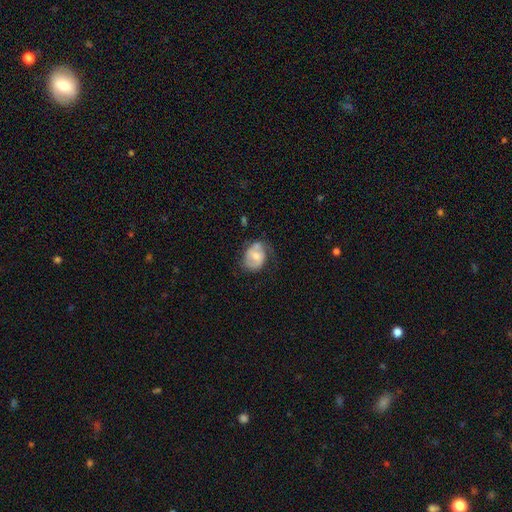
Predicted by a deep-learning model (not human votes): Q: Smooth or featured?
A: featured or disk (50%); runner-up: smooth (43%)
Q: Merging?
A: none (52%); runner-up: minor disturbance (30%)